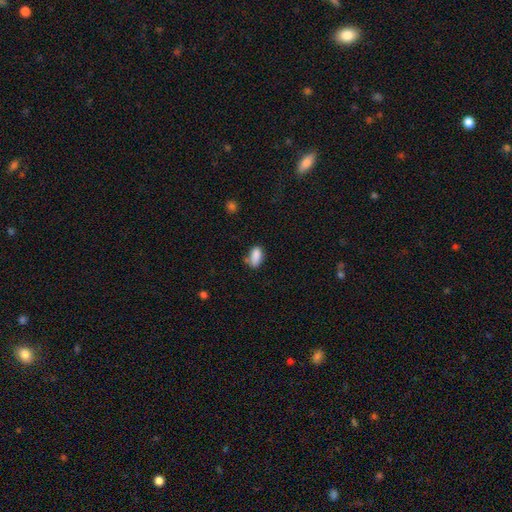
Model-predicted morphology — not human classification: smooth 85%, star or artifact 9%, featured or disk 6%. Down the decision tree: how rounded — in between (89%); merging — none (60%).